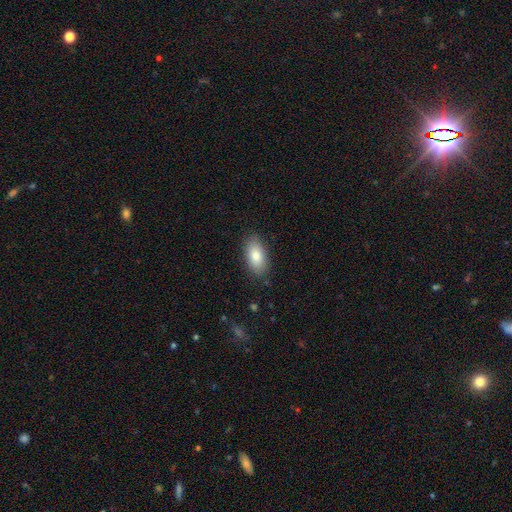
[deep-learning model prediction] Morphology: type=smooth (82%); roundness=in between (92%); merging=none (86%).